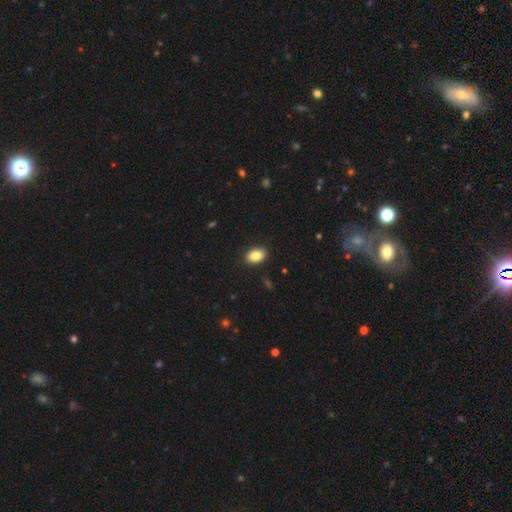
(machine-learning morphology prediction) A smooth galaxy with no disk features (85%) that is in between round and cigar-shaped (84%).

Vote fractions:
- Smooth or featured? smooth: 85% / star or artifact: 8% / featured or disk: 7%
- How rounded? in between: 84% / round: 15% / cigar-shaped: 1%
- Merging? none: 89% / minor disturbance: 8% / major disturbance: 2% / merger: 1%